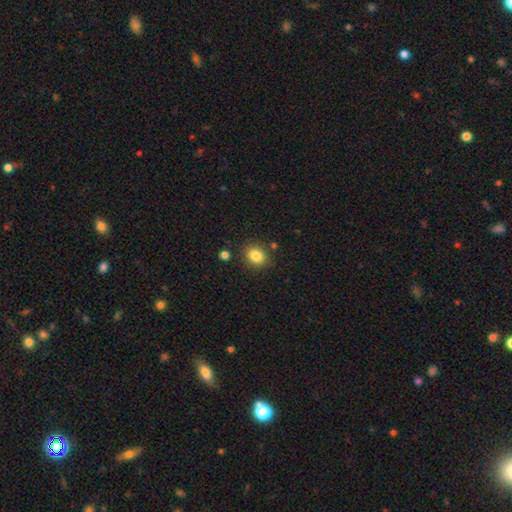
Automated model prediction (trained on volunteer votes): A smooth galaxy with no disk features (84%) that is round (54%). Merging: none (83%).